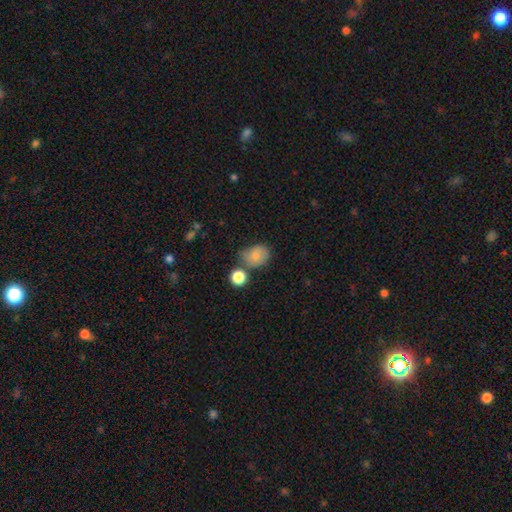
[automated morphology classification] Smooth or featured: smooth — 78% (featured or disk — 12%)
How rounded: round — 50% (in between — 49%)
Merging: none — 54% (minor disturbance — 25%)